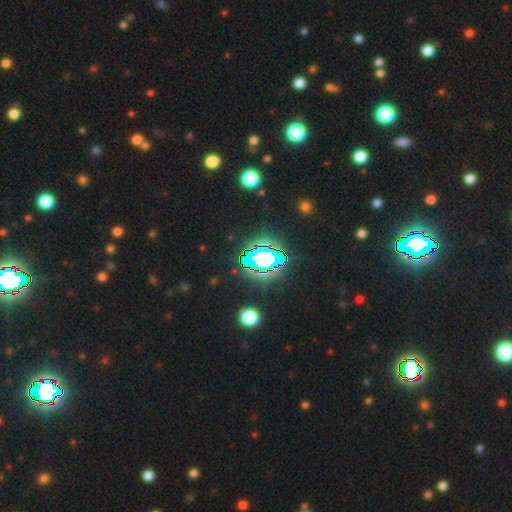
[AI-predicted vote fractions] Smooth or featured? Predicted: star or artifact (p=0.79).